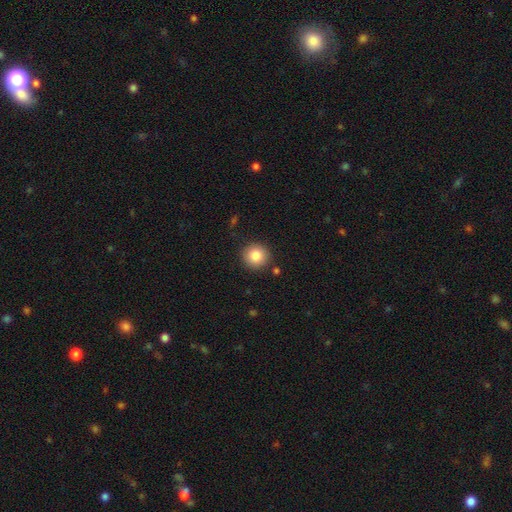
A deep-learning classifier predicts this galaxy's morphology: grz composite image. It shows a smooth galaxy with no disk features (84%) that is round (93%). Merging: none (88%).